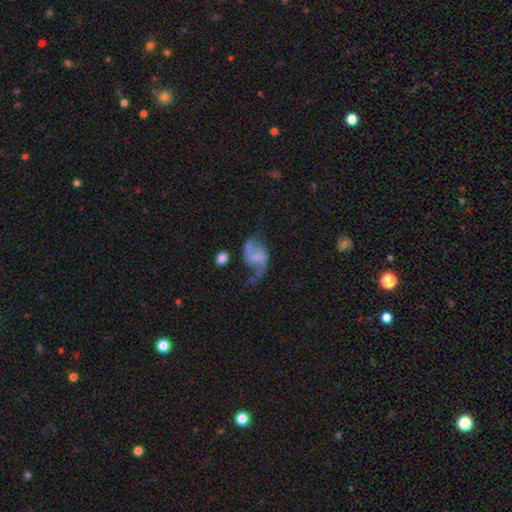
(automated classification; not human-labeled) featured or disk 73%, smooth 18%, star or artifact 9%. Down the decision tree: edge-on disk — no (98%); bar — no (51%); spiral arms — yes (87%); spiral arm count — 2 (87%); spiral winding — loose (73%); bulge size — none (71%); merging — none (43%).